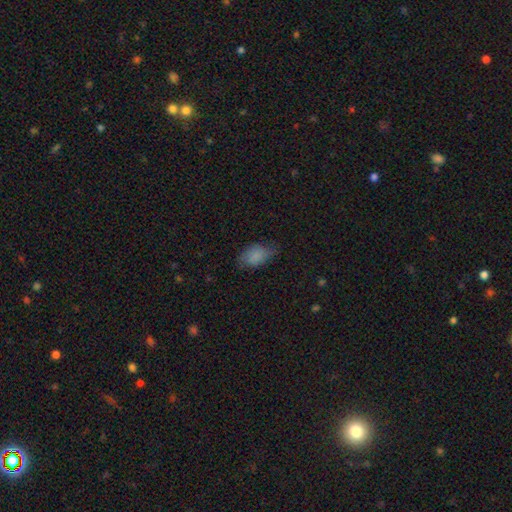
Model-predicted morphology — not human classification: type=smooth (79%); roundness=in between (90%); merging=none (59%).